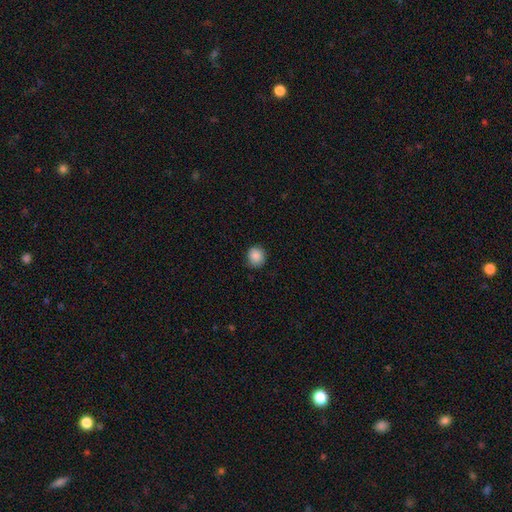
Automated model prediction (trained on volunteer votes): smooth_or_featured: smooth (p=0.87) [alt: star or artifact p=0.09]
how_rounded: round (p=0.85) [alt: in between p=0.14]
merging: none (p=0.82) [alt: minor disturbance p=0.14]